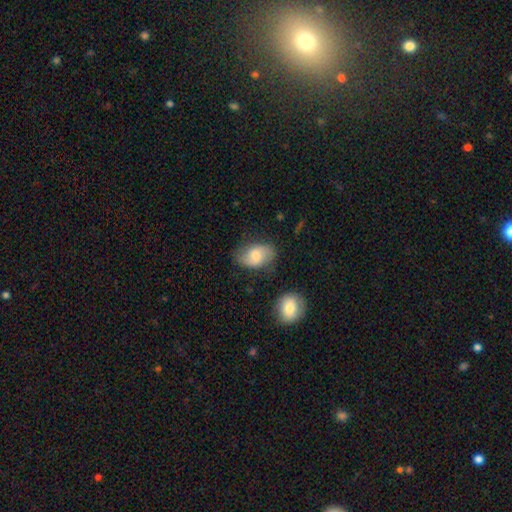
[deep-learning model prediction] smooth 56%, featured or disk 37%, star or artifact 7%. Down the decision tree: how rounded — in between (86%); merging — none (69%).